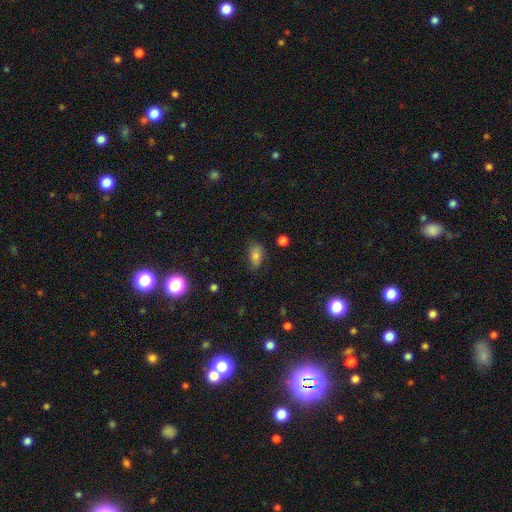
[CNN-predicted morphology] This is likely a smooth galaxy (75%). How rounded: clearly in between (89%). Merging: likely none (64%).